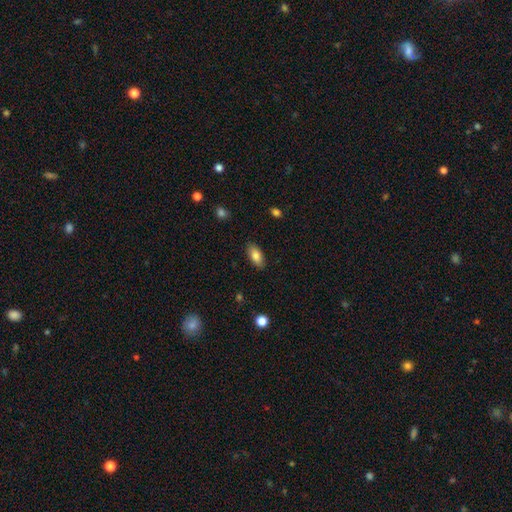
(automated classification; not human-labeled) smooth 83%, featured or disk 10%, star or artifact 7%. Down the decision tree: how rounded — in between (90%); merging — none (87%).